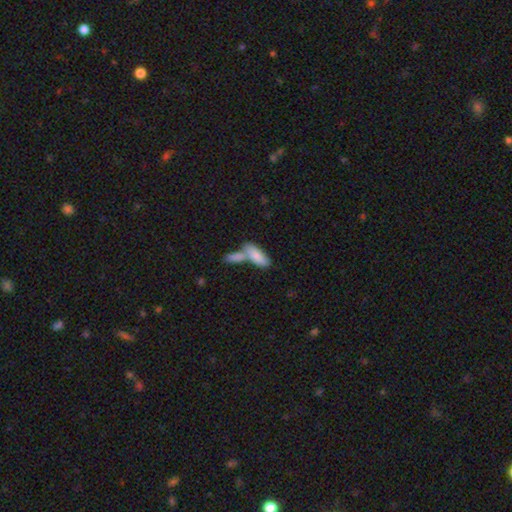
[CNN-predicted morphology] smooth_or_featured: smooth (p=0.82) [alt: featured or disk p=0.12]
how_rounded: in between (p=0.76) [alt: cigar-shaped p=0.21]
merging: merger (p=0.56) [alt: none p=0.31]